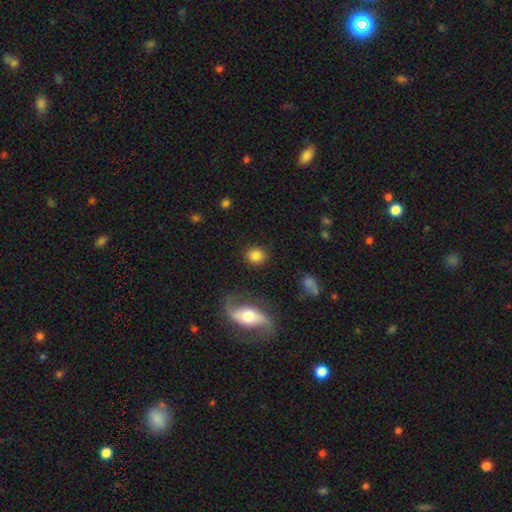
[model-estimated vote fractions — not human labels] smooth-or-featured: smooth: 81% | featured or disk: 11% | star or artifact: 8%
  how-rounded: round: 81% | in between: 18% | cigar-shaped: 1%
  merging: none: 87% | minor disturbance: 7% | major disturbance: 4% | merger: 2%